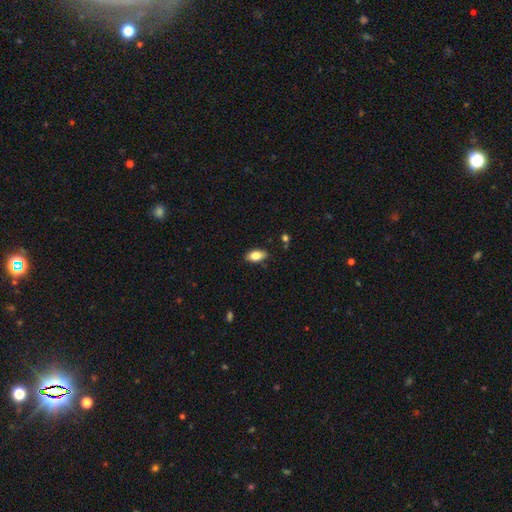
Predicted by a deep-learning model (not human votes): Smooth or featured? smooth (79%)
How rounded? in between (90%)
Merging? none (84%)